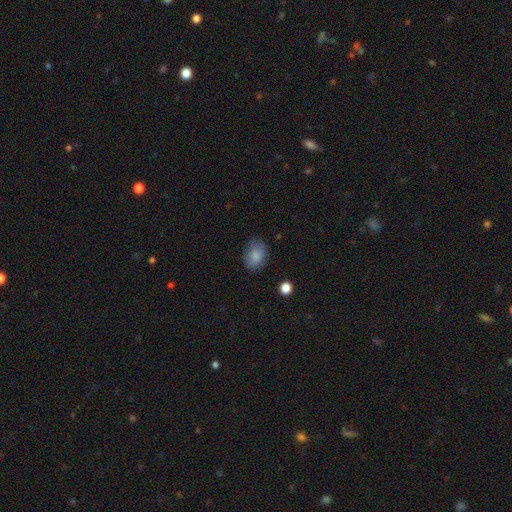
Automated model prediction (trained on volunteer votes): Smooth or featured? smooth (83%)
How rounded? in between (72%)
Merging? none (73%)